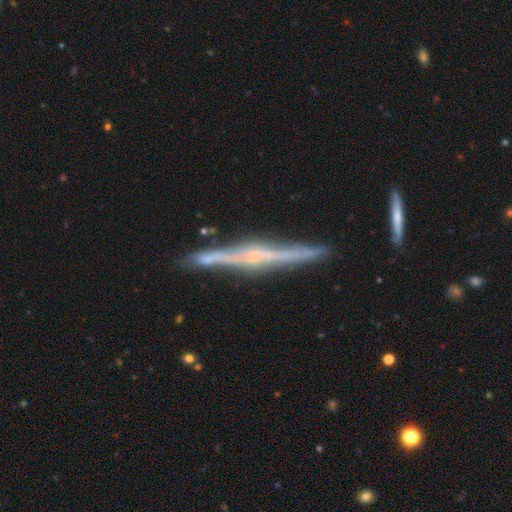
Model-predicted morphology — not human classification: Smooth or featured? Predicted: featured or disk (p=0.85). Edge-on disk? Predicted: yes (p=0.98). Edge-on bulge? Predicted: rounded (p=0.66). Merging? Predicted: none (p=0.85).